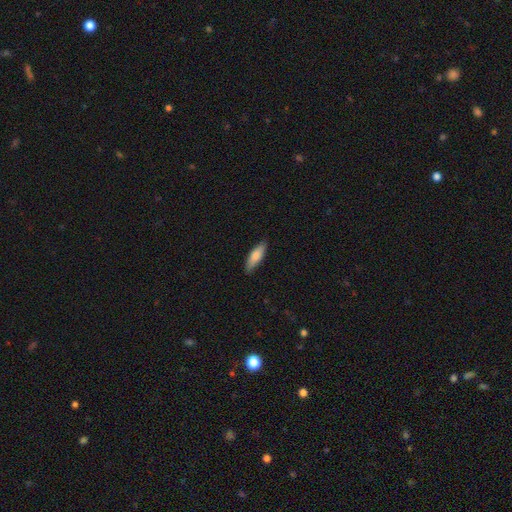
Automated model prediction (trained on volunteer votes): smooth 79%, featured or disk 16%, star or artifact 5%. Down the decision tree: how rounded — cigar-shaped (54%); merging — none (86%).